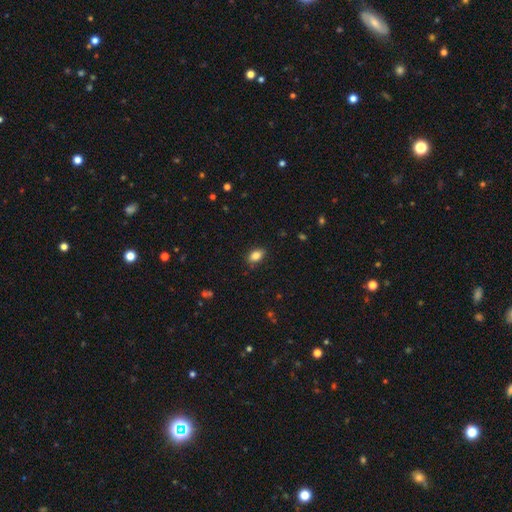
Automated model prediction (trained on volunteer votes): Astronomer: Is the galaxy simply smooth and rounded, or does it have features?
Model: smooth — 84%.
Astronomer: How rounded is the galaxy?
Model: in between — 87%.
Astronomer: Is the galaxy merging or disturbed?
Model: none — 84%.